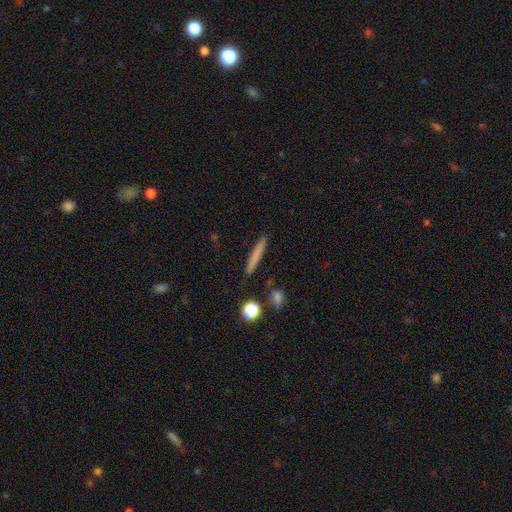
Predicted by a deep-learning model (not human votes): A smooth galaxy with no disk features (72%) that is cigar-shaped (94%).

Vote fractions:
- Smooth or featured? smooth: 72% / featured or disk: 21% / star or artifact: 8%
- How rounded? cigar-shaped: 94% / in between: 4% / round: 2%
- Merging? none: 89% / minor disturbance: 7% / merger: 2% / major disturbance: 2%